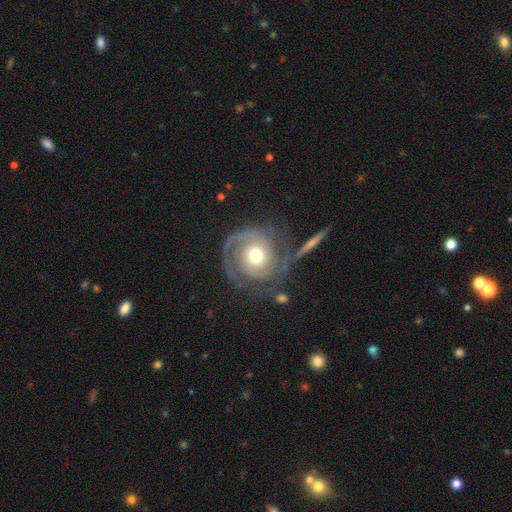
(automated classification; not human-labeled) A featured or disk galaxy (82%) with no bar (77%), 2 (73%) tight (59%) spiral arms (95%) and a moderate central bulge (71%). Merging: none (68%).